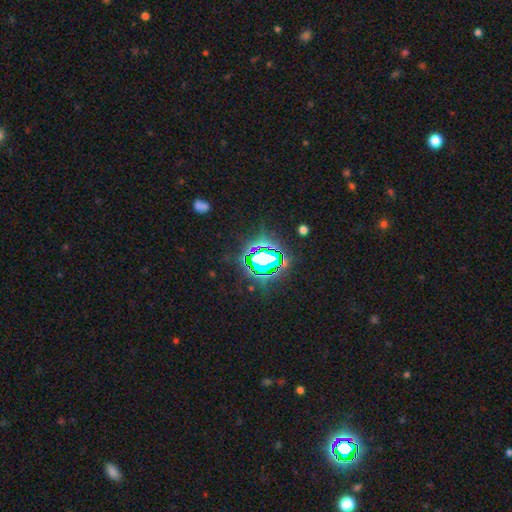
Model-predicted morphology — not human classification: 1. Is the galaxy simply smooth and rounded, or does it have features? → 77% star or artifact, 12% smooth, 11% featured or disk.